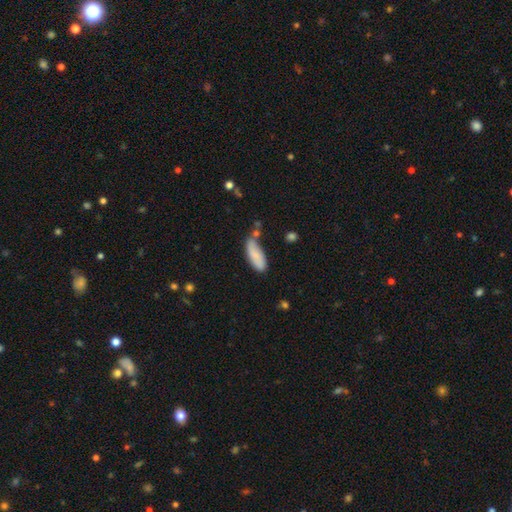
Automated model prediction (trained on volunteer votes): smooth_or_featured: smooth (p=0.80) [alt: featured or disk p=0.13]
how_rounded: in between (p=0.70) [alt: cigar-shaped p=0.28]
merging: none (p=0.52) [alt: minor disturbance p=0.29]